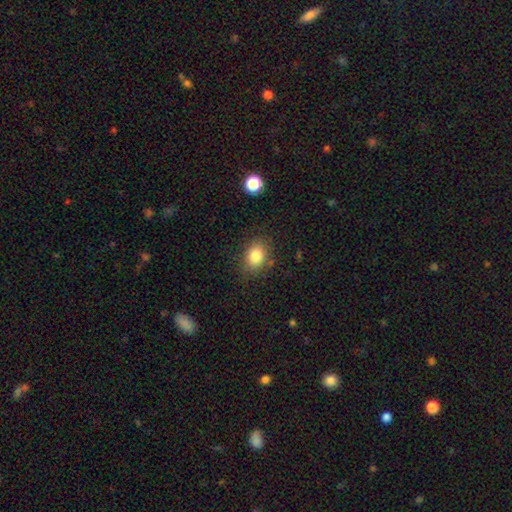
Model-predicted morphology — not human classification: smooth_or_featured: smooth (p=0.83) [alt: star or artifact p=0.10]
how_rounded: in between (p=0.68) [alt: round p=0.31]
merging: none (p=0.80) [alt: minor disturbance p=0.13]